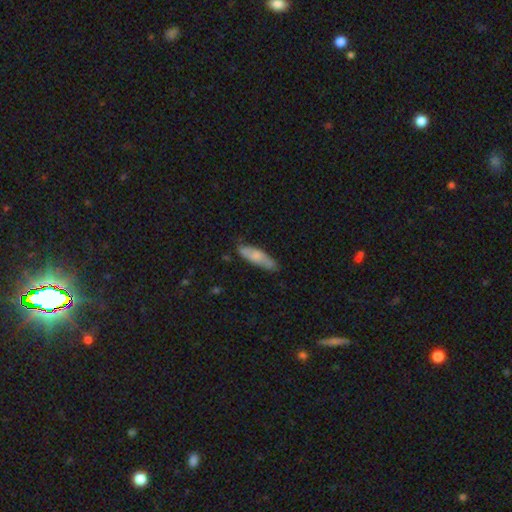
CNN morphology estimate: Overall: smooth (69%). How rounded: cigar-shaped (53%; in between 46%). Merging: none (73%).